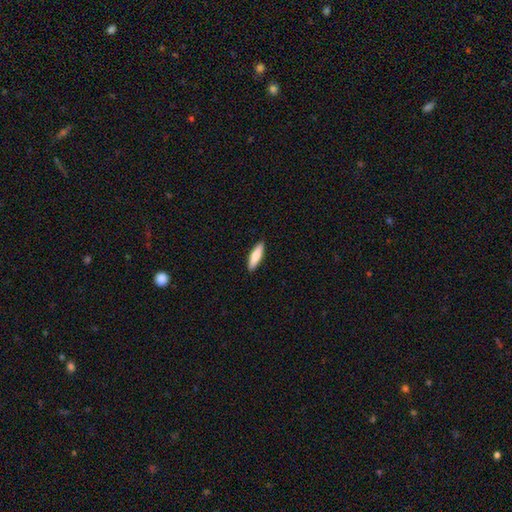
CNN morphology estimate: smooth_or_featured: smooth (p=0.78) [alt: featured or disk p=0.17]
how_rounded: cigar-shaped (p=0.65) [alt: in between p=0.33]
merging: none (p=0.91) [alt: minor disturbance p=0.07]